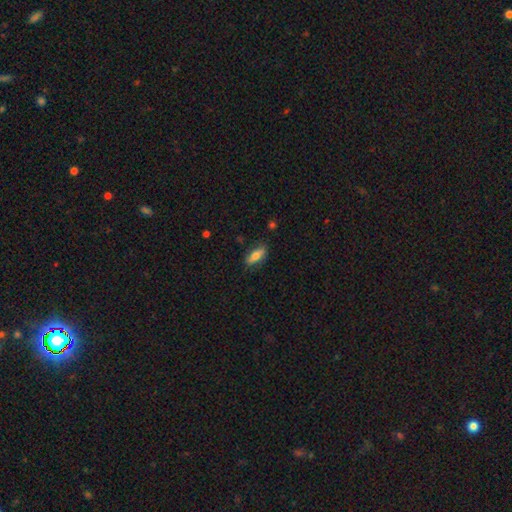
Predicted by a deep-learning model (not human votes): Smooth or featured? Predicted: smooth (p=0.70). How rounded? Predicted: in between (p=0.66). Merging? Predicted: none (p=0.80).